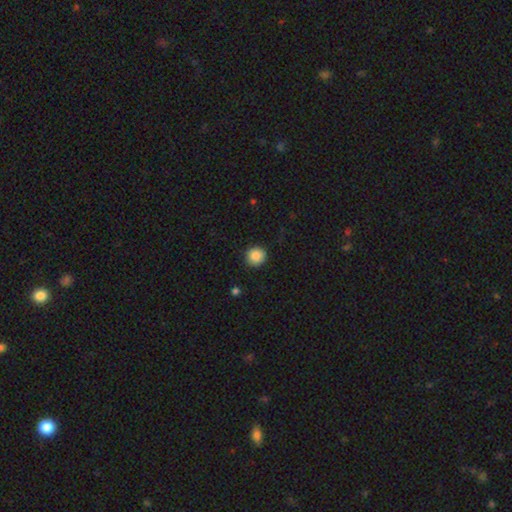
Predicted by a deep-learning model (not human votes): Overall: smooth (88%). How rounded: round (92%). Merging: none (90%).